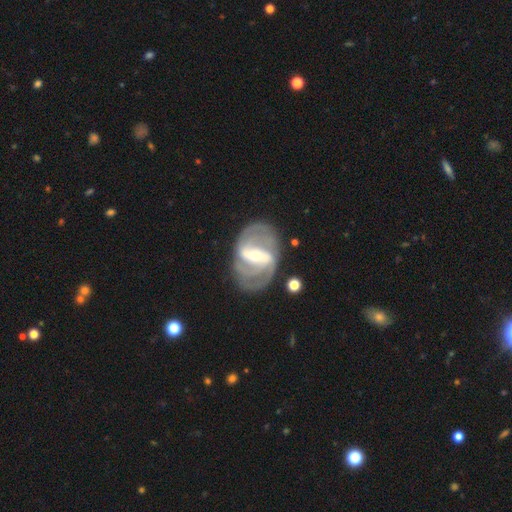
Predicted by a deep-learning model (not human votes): smooth-or-featured: featured or disk: 85% | smooth: 10% | star or artifact: 5%
  disk-edge-on: no: 96% | yes: 4%
    bar: strong: 63% | weak: 28% | no: 9%
    has-spiral-arms: yes: 91% | no: 9%
      spiral-winding: medium: 46% | tight: 34% | loose: 20%
      spiral-arm-count: 2: 57% | 3: 17% | can't tell: 15% | 4: 5% | 1: 4% | more than 4: 3%
    bulge-size: small: 49% | moderate: 40% | large: 7% | none: 3% | dominant: 1%
  merging: none: 72% | minor disturbance: 15% | major disturbance: 10% | merger: 3%